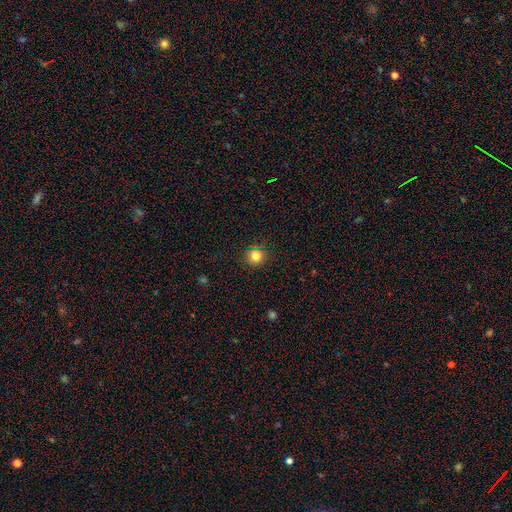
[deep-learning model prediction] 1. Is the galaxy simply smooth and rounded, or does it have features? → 80% smooth, 14% star or artifact, 6% featured or disk.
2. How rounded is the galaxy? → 93% round, 6% in between, 1% cigar-shaped.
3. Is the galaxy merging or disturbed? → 90% none, 6% minor disturbance, 2% major disturbance, 1% merger.